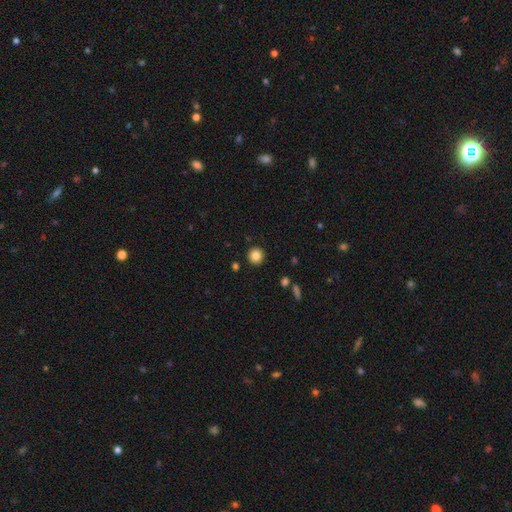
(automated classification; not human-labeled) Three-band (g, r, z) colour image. It shows a smooth galaxy with no disk features (85%) that is round (94%). Merging: none (91%).